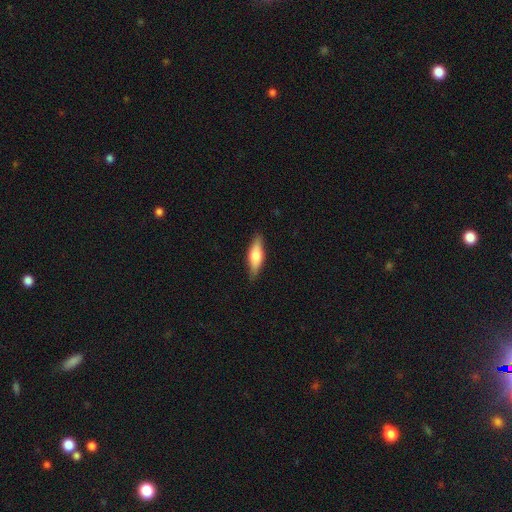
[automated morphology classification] The model was most divided on "how rounded": in between: 54%, cigar-shaped: 44%, round: 2%. More confident: merging — none (84%); smooth or featured — smooth (62%).